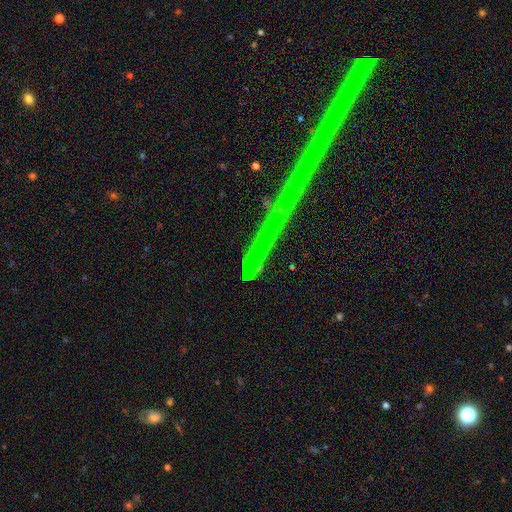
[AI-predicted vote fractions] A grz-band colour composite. It shows a star or artifact, not a galaxy (56%).